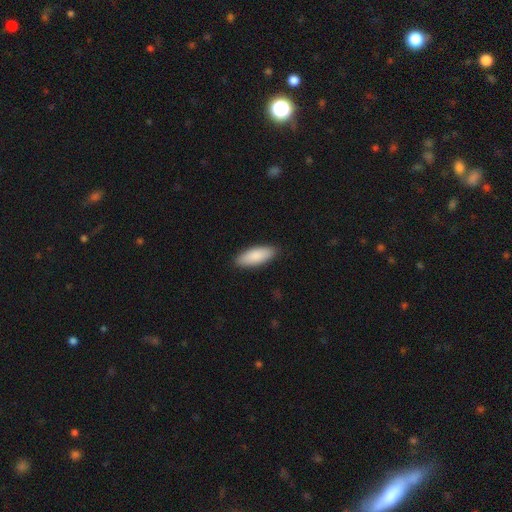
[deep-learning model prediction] Smooth or featured?
  - smooth: 88% *
  - featured or disk: 7%
  - star or artifact: 5%
How rounded?
  - in between: 74% *
  - cigar-shaped: 24%
  - round: 2%
Merging?
  - none: 89% *
  - minor disturbance: 8%
  - major disturbance: 2%
  - merger: 1%